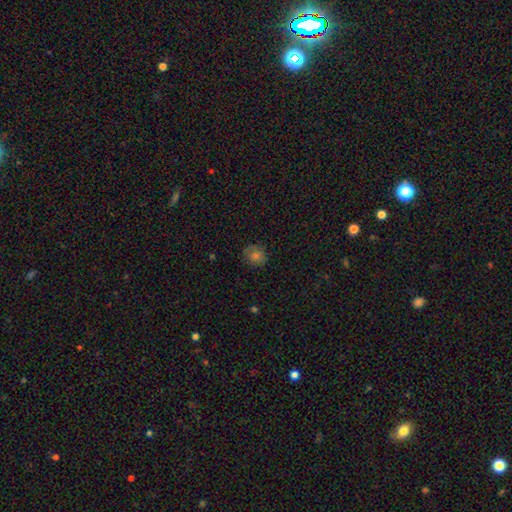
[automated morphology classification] A smooth galaxy with no disk features (68%) that is round (81%).

Vote fractions:
- Smooth or featured? smooth: 68% / star or artifact: 17% / featured or disk: 14%
- How rounded? round: 81% / in between: 18% / cigar-shaped: 1%
- Merging? none: 82% / minor disturbance: 14% / major disturbance: 3% / merger: 1%